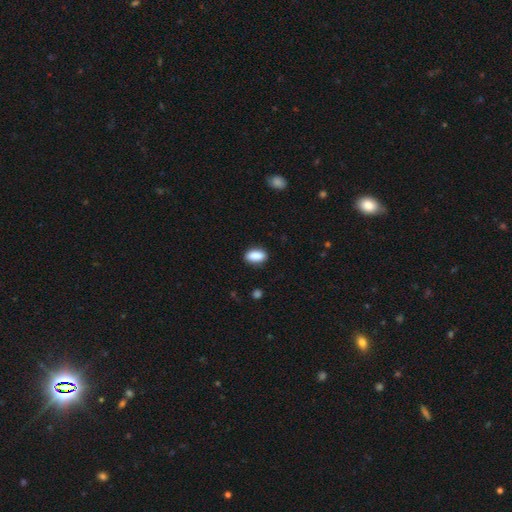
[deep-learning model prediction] Smooth or featured? Predicted: smooth (p=0.88). How rounded? Predicted: in between (p=0.87). Merging? Predicted: none (p=0.86).